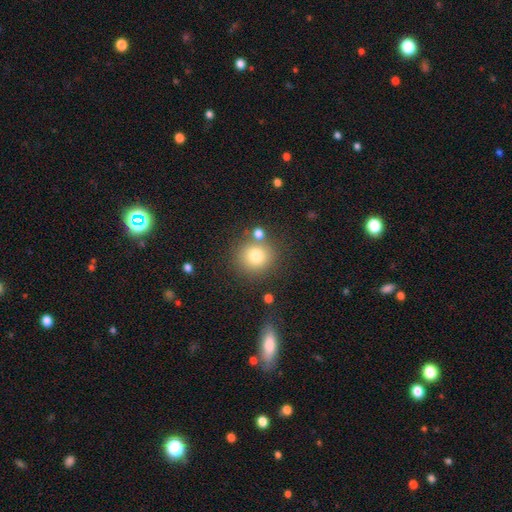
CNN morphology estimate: Smooth or featured? Predicted: smooth (p=0.78). How rounded? Predicted: round (p=0.90). Merging? Predicted: none (p=0.76).